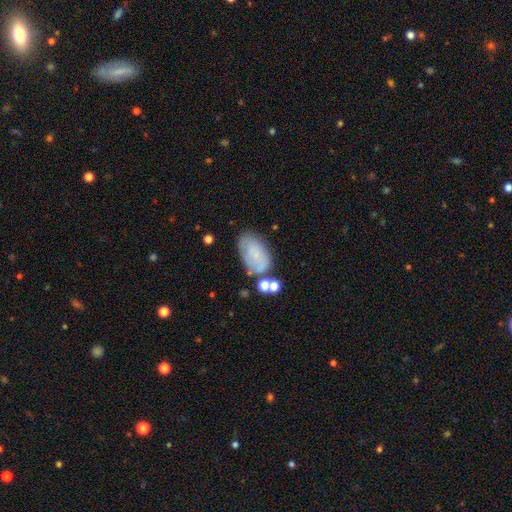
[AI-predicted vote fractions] Smooth or featured? smooth (63%)
How rounded? in between (93%)
Merging? none (54%)